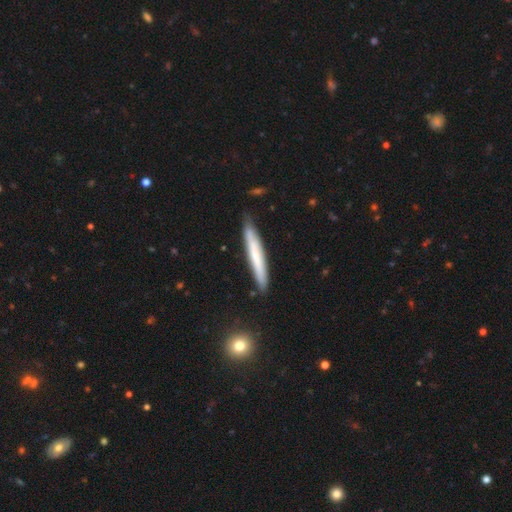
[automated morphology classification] Overall: smooth (55%; featured or disk 40%). How rounded: cigar-shaped (95%). Merging: none (82%).